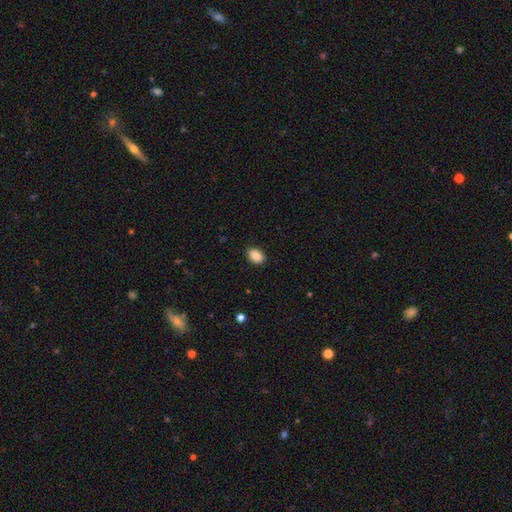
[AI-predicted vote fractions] A smooth galaxy with no disk features (90%) that is in between round and cigar-shaped (84%). Merging: none (89%).